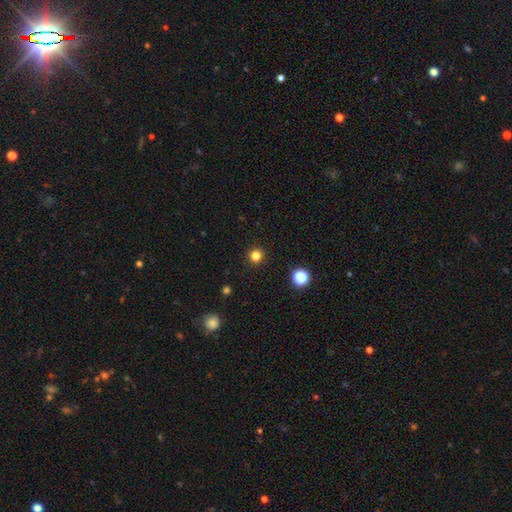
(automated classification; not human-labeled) smooth 82%, star or artifact 14%, featured or disk 4%. Down the decision tree: how rounded — round (94%); merging — none (92%).